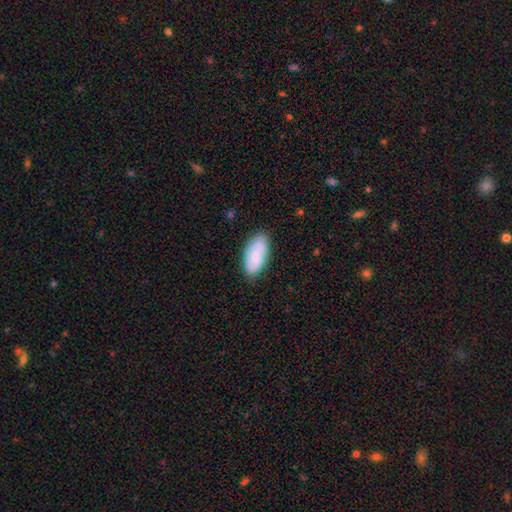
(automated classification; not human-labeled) Smooth or featured? smooth (74%)
How rounded? in between (93%)
Merging? none (79%)